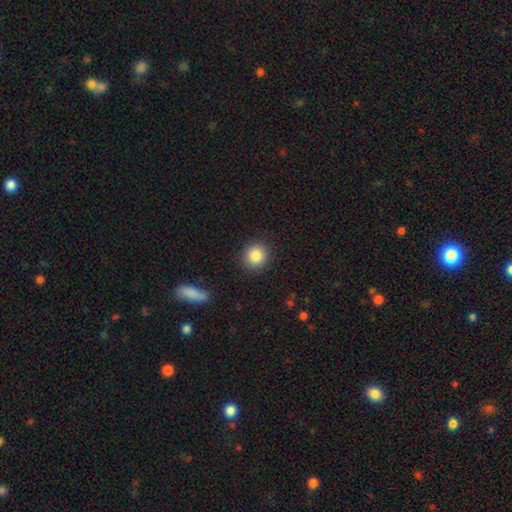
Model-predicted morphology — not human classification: This appears to be a smooth galaxy with no disk features (85%) that is round (89%). Merging: none (89%).